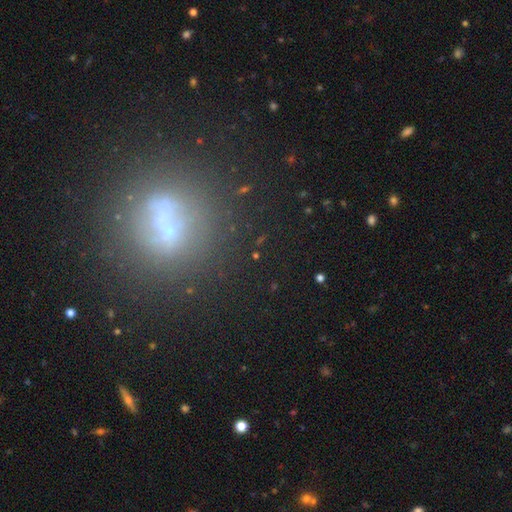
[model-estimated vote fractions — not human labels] Smooth or featured: star or artifact — 44% (smooth — 31%)